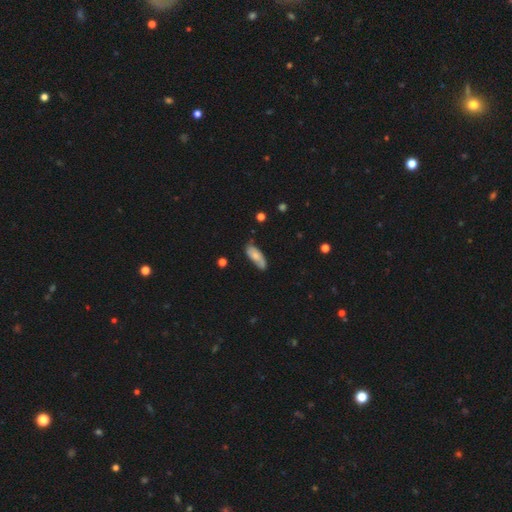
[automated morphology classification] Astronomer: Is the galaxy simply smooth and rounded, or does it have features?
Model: smooth — 61%.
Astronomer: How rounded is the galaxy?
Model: in between — 73%.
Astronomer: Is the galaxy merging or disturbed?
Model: none — 64%.